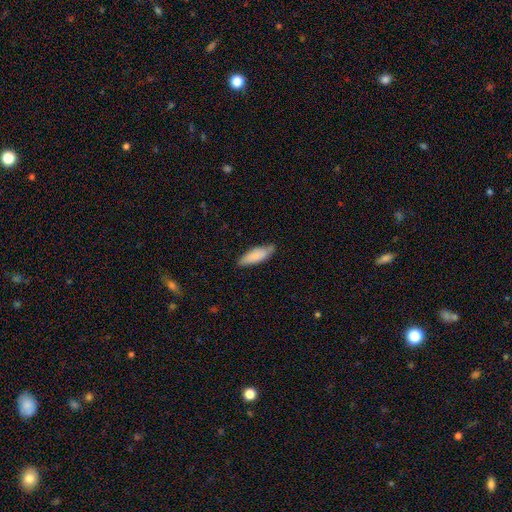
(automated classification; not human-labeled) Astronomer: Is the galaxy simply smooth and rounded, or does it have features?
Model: smooth — 83%.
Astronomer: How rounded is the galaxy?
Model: in between — 59% (runner-up: cigar-shaped, 40%).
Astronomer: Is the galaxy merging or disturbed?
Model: none — 76%.